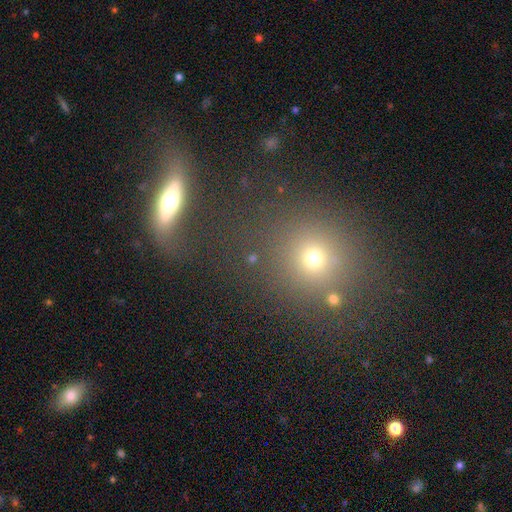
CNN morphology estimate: Smooth or featured? smooth (52%)
How rounded? round (73%)
Merging? none (68%)